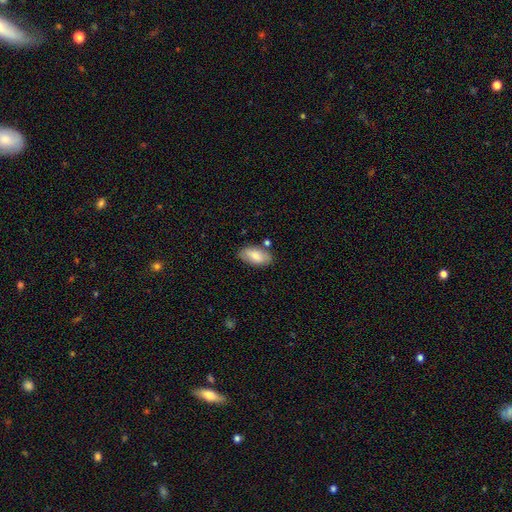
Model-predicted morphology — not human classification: Smooth or featured?
  - smooth: 78% *
  - featured or disk: 16%
  - star or artifact: 6%
How rounded?
  - in between: 93% *
  - cigar-shaped: 4%
  - round: 3%
Merging?
  - none: 77% *
  - minor disturbance: 15%
  - merger: 6%
  - major disturbance: 3%